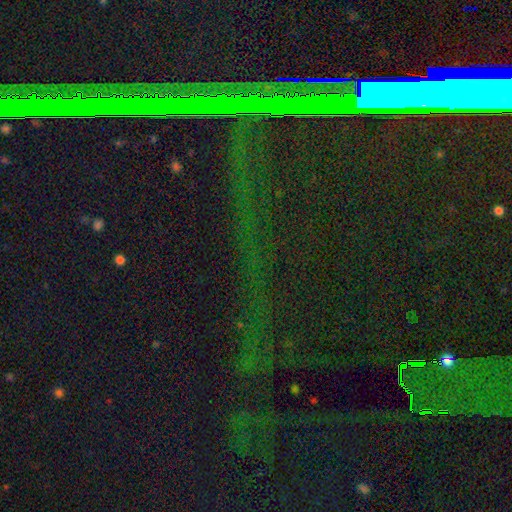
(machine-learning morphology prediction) A star or artifact, not a galaxy (82%).